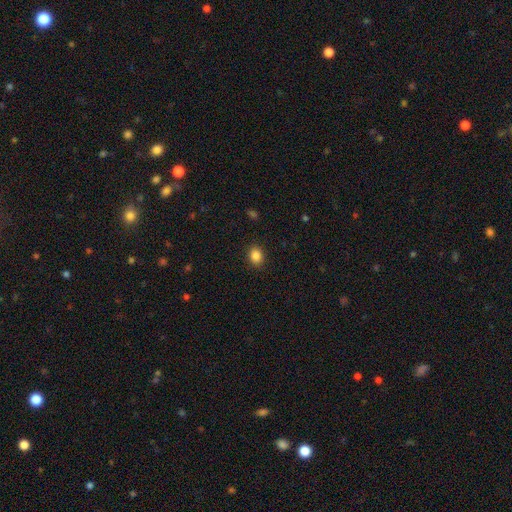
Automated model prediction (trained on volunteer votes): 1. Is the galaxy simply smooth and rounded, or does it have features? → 87% smooth, 10% star or artifact, 4% featured or disk.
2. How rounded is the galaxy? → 51% in between, 48% round, 1% cigar-shaped.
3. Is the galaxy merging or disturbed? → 89% none, 8% minor disturbance, 2% major disturbance, 1% merger.